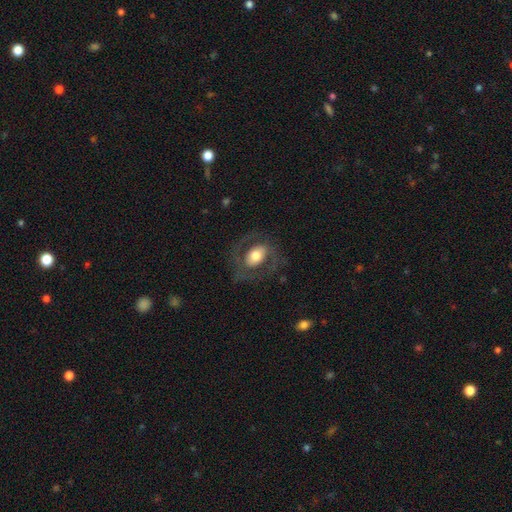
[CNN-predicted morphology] smooth-or-featured: featured or disk: 49% | smooth: 44% | star or artifact: 7%
  merging: none: 69% | major disturbance: 15% | minor disturbance: 15% | merger: 1%